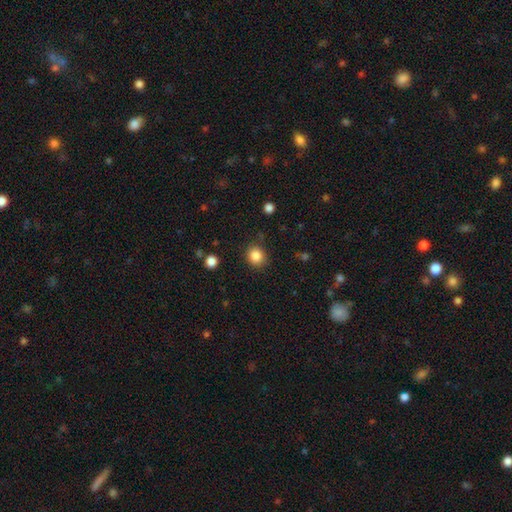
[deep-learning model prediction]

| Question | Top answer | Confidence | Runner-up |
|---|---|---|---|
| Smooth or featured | smooth | 85% | star or artifact (11%) |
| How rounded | round | 81% | in between (18%) |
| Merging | none | 85% | minor disturbance (10%) |